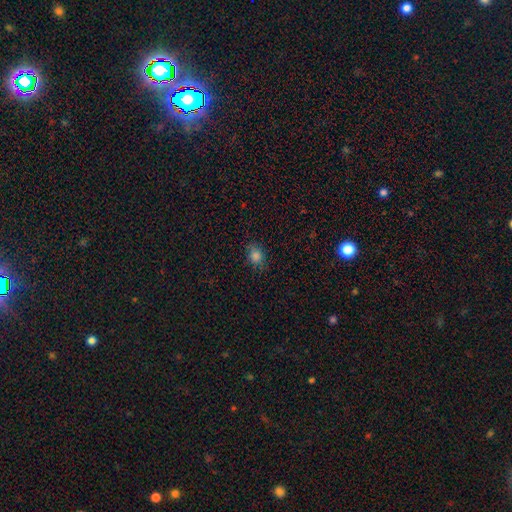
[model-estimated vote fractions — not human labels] Smooth or featured?
  - smooth: 81% *
  - star or artifact: 13%
  - featured or disk: 5%
How rounded?
  - round: 55% *
  - in between: 43%
  - cigar-shaped: 1%
Merging?
  - none: 80% *
  - minor disturbance: 15%
  - major disturbance: 3%
  - merger: 1%